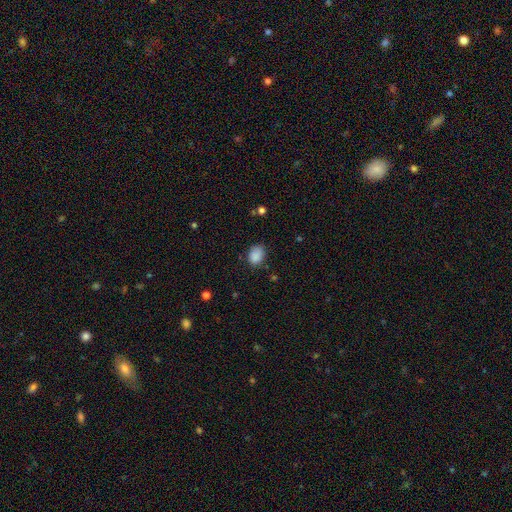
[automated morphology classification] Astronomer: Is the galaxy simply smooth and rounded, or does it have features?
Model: smooth — 87%.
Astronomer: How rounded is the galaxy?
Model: in between — 63%.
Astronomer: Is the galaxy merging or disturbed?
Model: none — 72%.